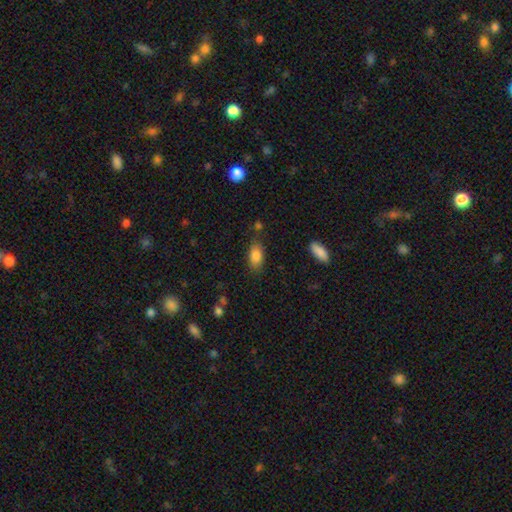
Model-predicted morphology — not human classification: Overall: smooth (85%). How rounded: in between (89%). Merging: none (78%).